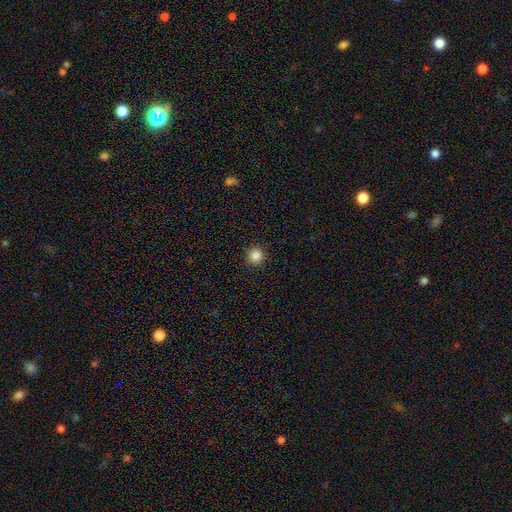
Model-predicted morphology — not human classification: A smooth galaxy with no disk features (86%) that is round (95%). Merging: none (92%).